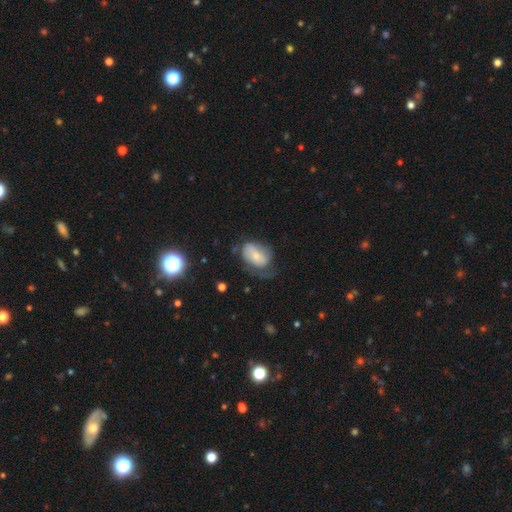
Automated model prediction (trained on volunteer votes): Smooth or featured? Predicted: smooth (p=0.54). How rounded? Predicted: in between (p=0.84). Merging? Predicted: major disturbance (p=0.35).